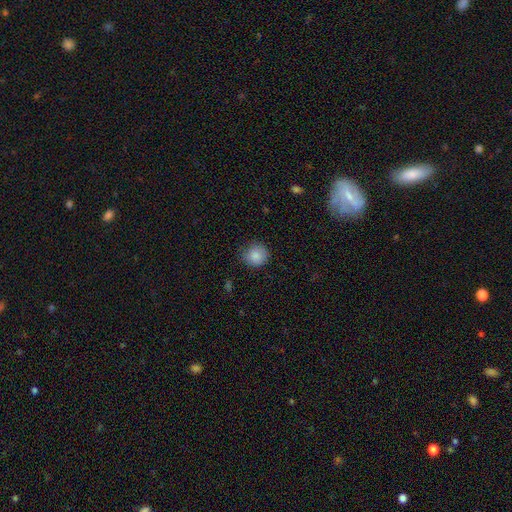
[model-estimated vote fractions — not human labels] smooth 86%, star or artifact 9%, featured or disk 5%. Down the decision tree: how rounded — round (90%); merging — none (77%).